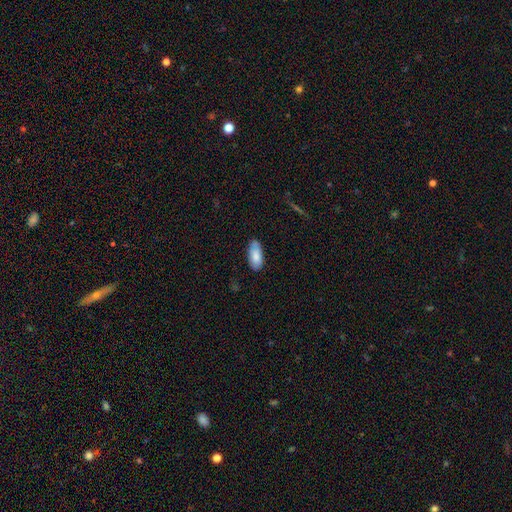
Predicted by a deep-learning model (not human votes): Smooth or featured? smooth (83%)
How rounded? in between (90%)
Merging? none (75%)